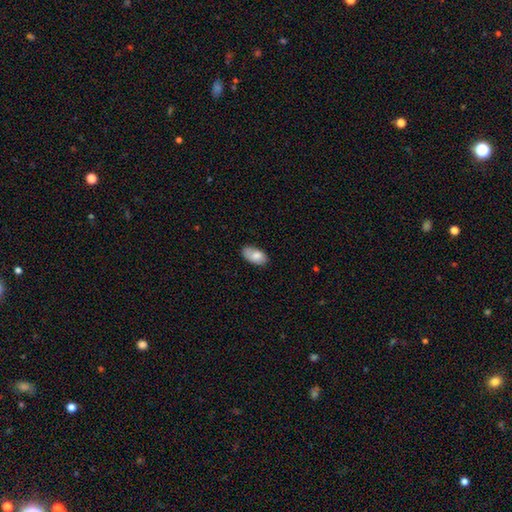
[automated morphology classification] Smooth or featured?
  - smooth: 80% *
  - featured or disk: 14%
  - star or artifact: 7%
How rounded?
  - in between: 95% *
  - round: 4%
  - cigar-shaped: 2%
Merging?
  - none: 73% *
  - minor disturbance: 21%
  - major disturbance: 4%
  - merger: 2%